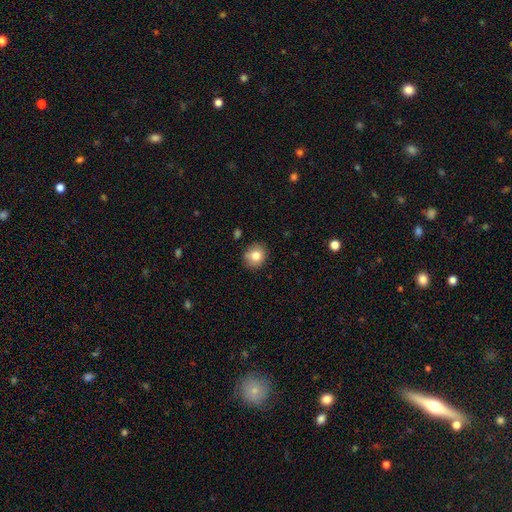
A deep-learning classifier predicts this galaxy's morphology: The model was most divided on "how rounded": round: 77%, in between: 22%, cigar-shaped: 1%. More confident: merging — none (84%); smooth or featured — smooth (81%).